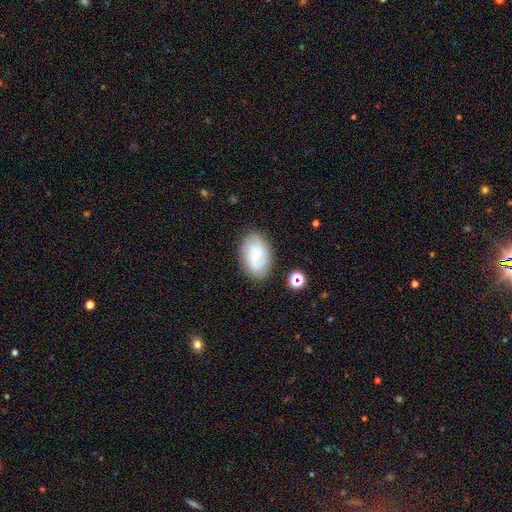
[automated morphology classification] Smooth or featured: featured or disk — 61% (smooth — 30%)
Edge-on disk: no — 96% (yes — 4%)
Bar: no — 53% (weak — 39%)
Spiral arms: yes — 87% (no — 13%)
Spiral winding: medium — 42% (tight — 41%)
Spiral arm count: 2 — 47% (can't tell — 28%)
Bulge size: small — 66% (moderate — 26%)
Merging: none — 77% (minor disturbance — 16%)